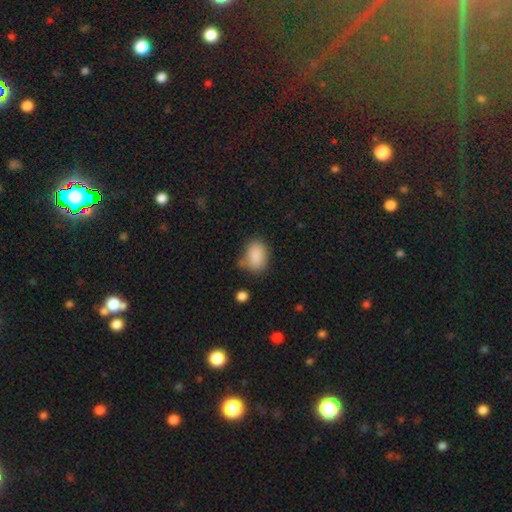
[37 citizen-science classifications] Volunteers were most divided on "merging": none: 53%, minor disturbance: 28%, merger: 11%, major disturbance: 8%. More confident: smooth or featured — smooth (89%); how rounded — in between (82%).